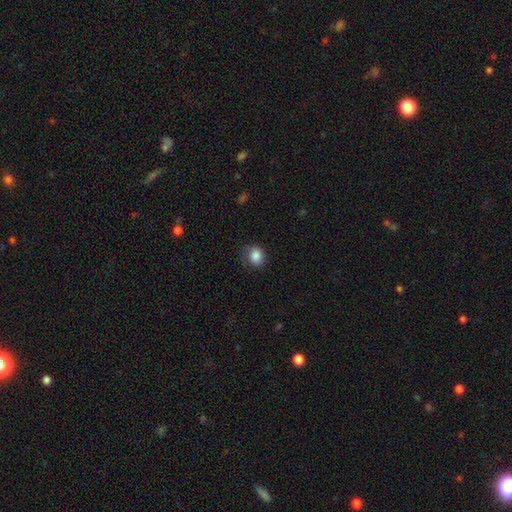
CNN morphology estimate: smooth 86%, star or artifact 9%, featured or disk 6%. Down the decision tree: how rounded — round (65%); merging — none (65%).